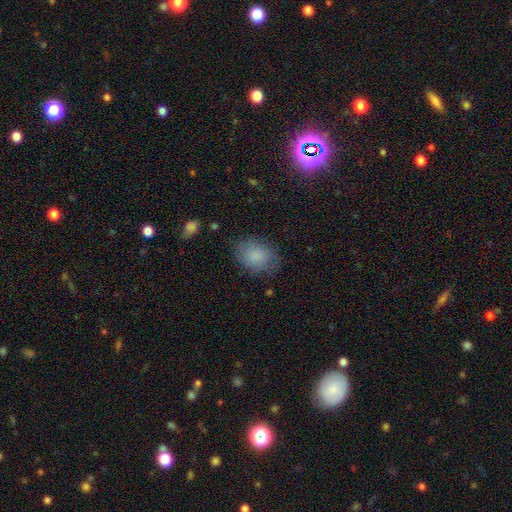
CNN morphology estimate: smooth-or-featured: smooth: 84% | star or artifact: 8% | featured or disk: 8%
  how-rounded: in between: 63% | round: 36% | cigar-shaped: 1%
  merging: none: 74% | minor disturbance: 19% | major disturbance: 6% | merger: 2%